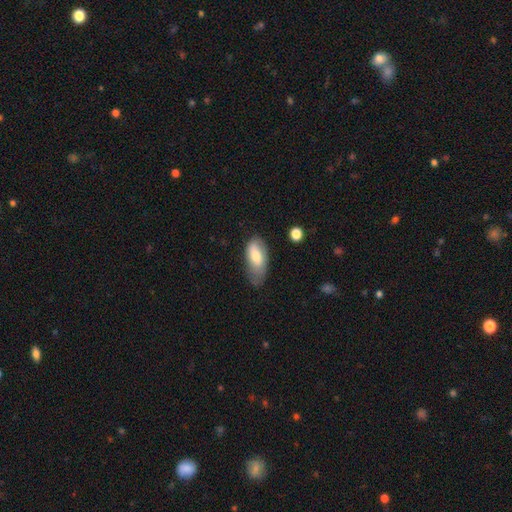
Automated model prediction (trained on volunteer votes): Smooth or featured? Predicted: smooth (p=0.70). How rounded? Predicted: in between (p=0.90). Merging? Predicted: none (p=0.49).